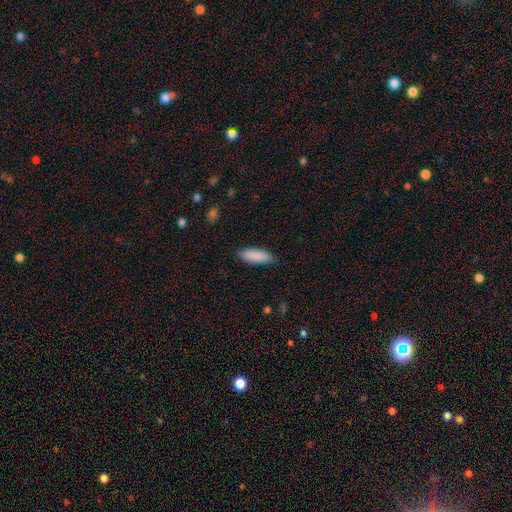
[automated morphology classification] This appears to be a smooth galaxy with no disk features (89%) that is in between round and cigar-shaped (55%). Merging: none (86%).